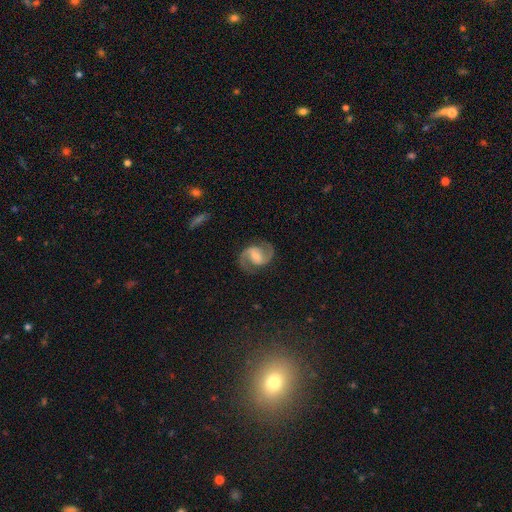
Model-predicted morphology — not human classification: The model was most divided on "bulge size": moderate: 46%, small: 38%, none: 8%, large: 7%, dominant: 1%. Remaining: edge-on disk — no (98%); spiral arms — yes (97%); spiral arm count — 2 (94%); smooth or featured — featured or disk (89%); merging — none (83%); spiral winding — medium (61%); bar — weak (50%).